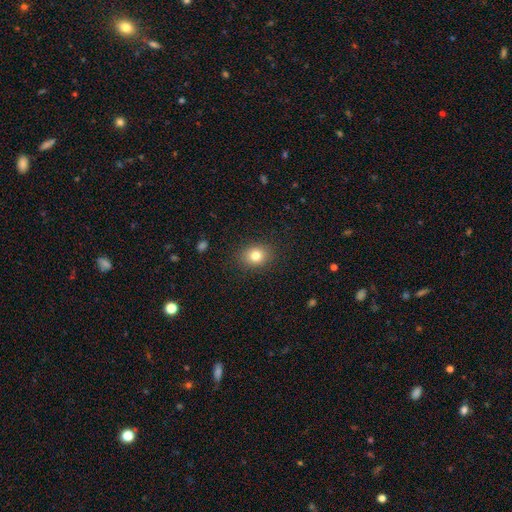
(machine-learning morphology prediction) The model was most divided on "how rounded": round: 60%, in between: 39%, cigar-shaped: 1%. More confident: merging — none (88%); smooth or featured — smooth (80%).